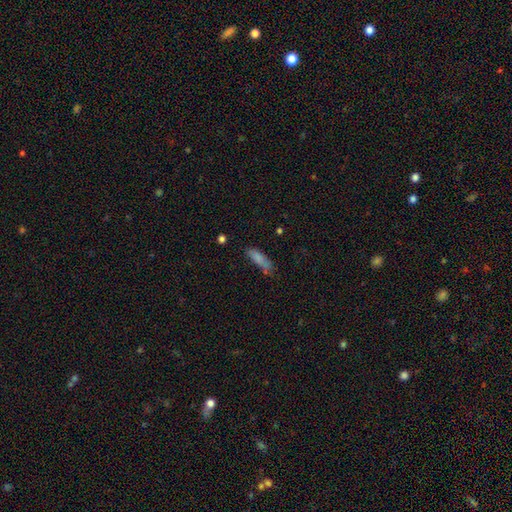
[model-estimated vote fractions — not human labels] Morphology: type=smooth (77%); roundness=cigar-shaped (64%); merging=none (61%).